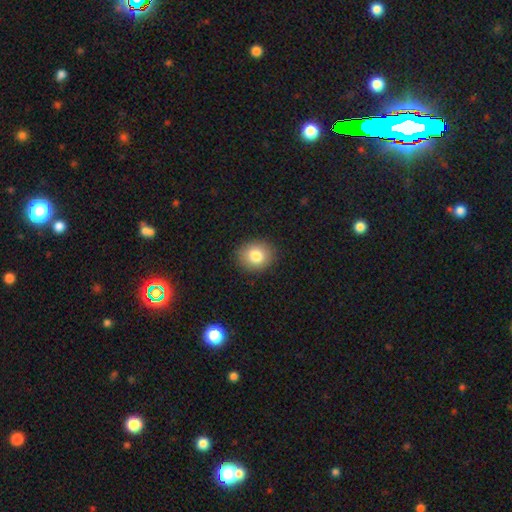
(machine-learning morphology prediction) type=smooth (82%); roundness=round (69%); merging=none (90%).